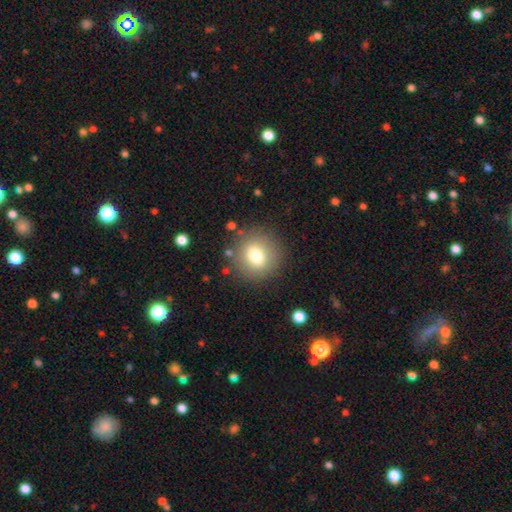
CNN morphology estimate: smooth-or-featured: smooth: 74% | featured or disk: 15% | star or artifact: 11%
  how-rounded: round: 87% | in between: 12% | cigar-shaped: 1%
  merging: none: 84% | minor disturbance: 9% | major disturbance: 4% | merger: 2%